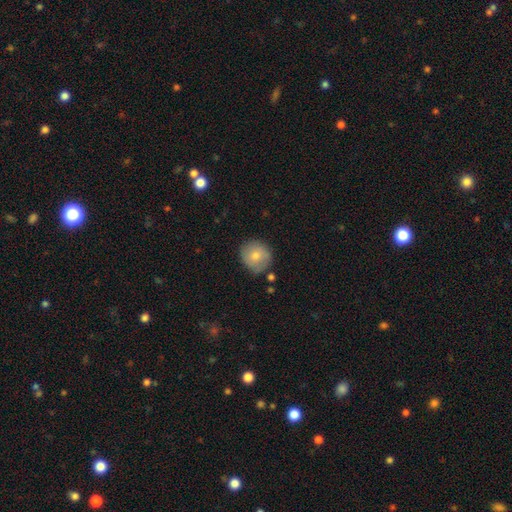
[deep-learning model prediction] This is likely a smooth galaxy (72%). How rounded: clearly round (90%). Merging: likely none (78%).